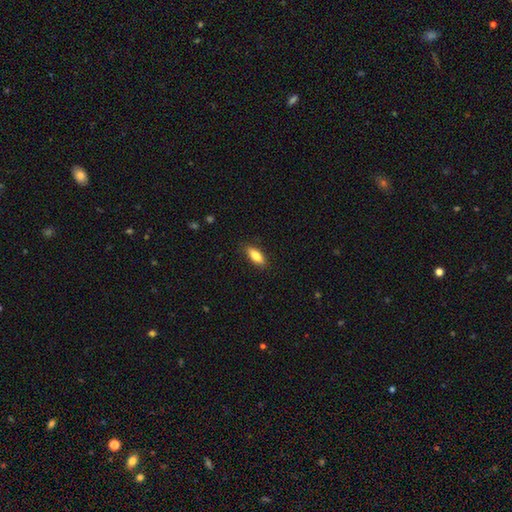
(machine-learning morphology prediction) A smooth galaxy with no disk features (83%) that is in between round and cigar-shaped (72%).

Vote fractions:
- Smooth or featured? smooth: 83% / featured or disk: 11% / star or artifact: 7%
- How rounded? in between: 72% / cigar-shaped: 26% / round: 2%
- Merging? none: 86% / minor disturbance: 10% / major disturbance: 2% / merger: 1%